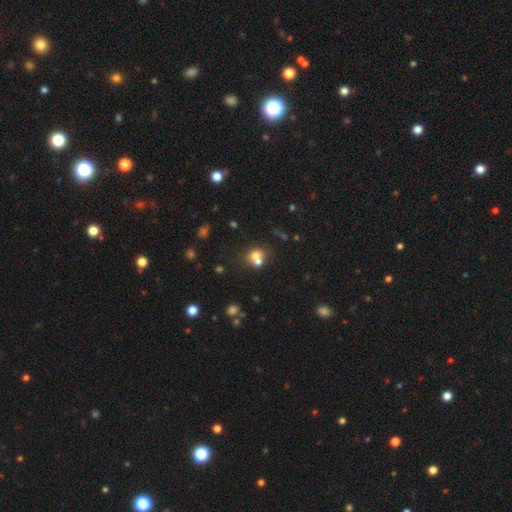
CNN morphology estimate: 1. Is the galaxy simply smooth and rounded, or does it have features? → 65% smooth, 19% featured or disk, 17% star or artifact.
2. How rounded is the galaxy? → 74% round, 25% in between, 1% cigar-shaped.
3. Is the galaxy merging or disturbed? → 56% merger, 34% none, 7% minor disturbance, 3% major disturbance.